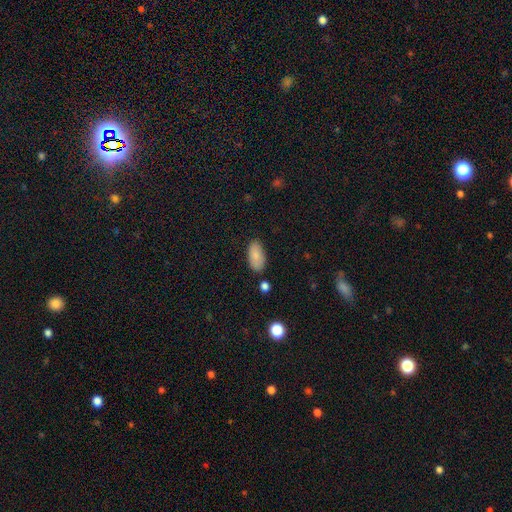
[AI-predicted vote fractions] smooth 85%, featured or disk 8%, star or artifact 7%. Down the decision tree: how rounded — in between (93%); merging — none (83%).